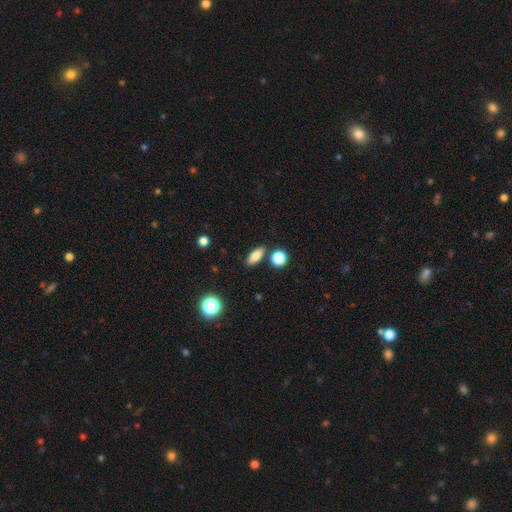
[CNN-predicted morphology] smooth 80%, featured or disk 11%, star or artifact 9%. Down the decision tree: how rounded — in between (70%); merging — none (82%).